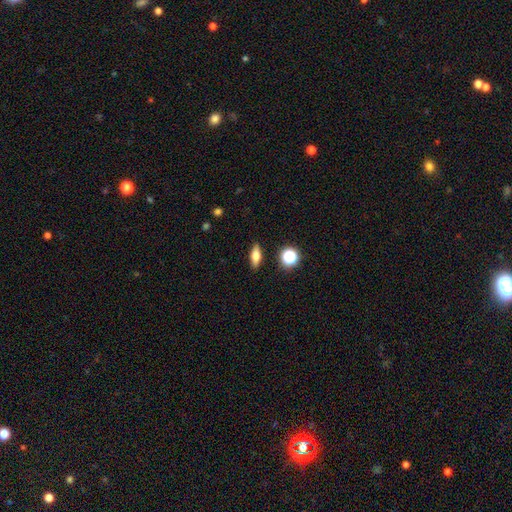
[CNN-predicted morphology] Overall: smooth (63%; featured or disk 26%). How rounded: in between (62%; cigar-shaped 28%). Merging: none (88%).